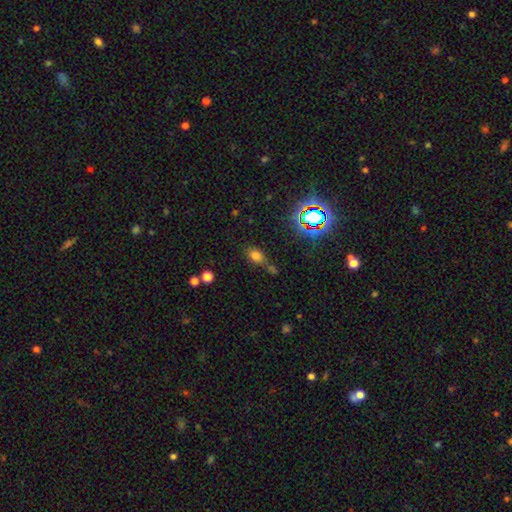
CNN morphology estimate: A smooth galaxy with no disk features (67%) that is in between round and cigar-shaped (78%). Merging: none (56%).